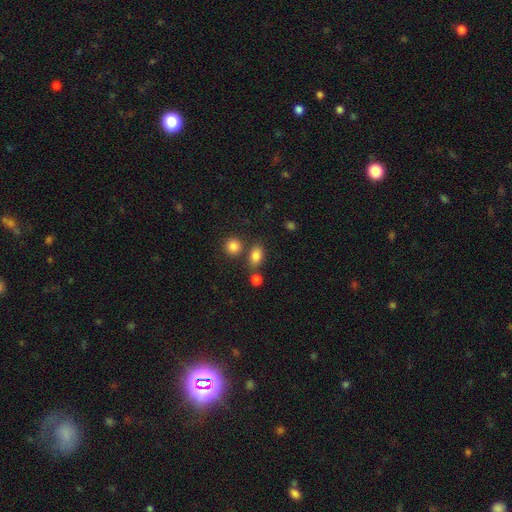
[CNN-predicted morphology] Smooth or featured? Predicted: smooth (p=0.83). How rounded? Predicted: in between (p=0.74). Merging? Predicted: none (p=0.68).